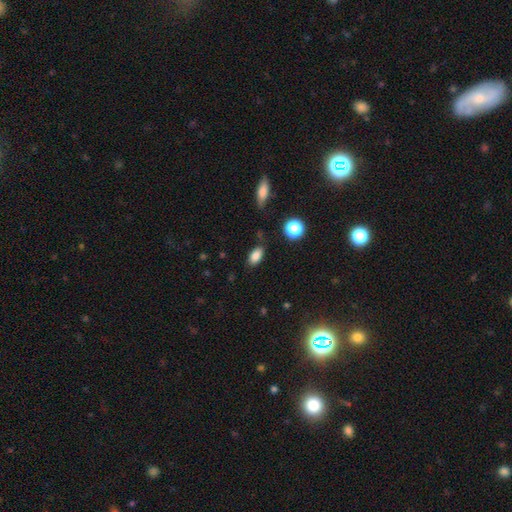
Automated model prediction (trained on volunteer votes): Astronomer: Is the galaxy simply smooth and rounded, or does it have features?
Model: smooth — 84%.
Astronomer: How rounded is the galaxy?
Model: in between — 89%.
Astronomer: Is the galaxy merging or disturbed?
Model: none — 81%.